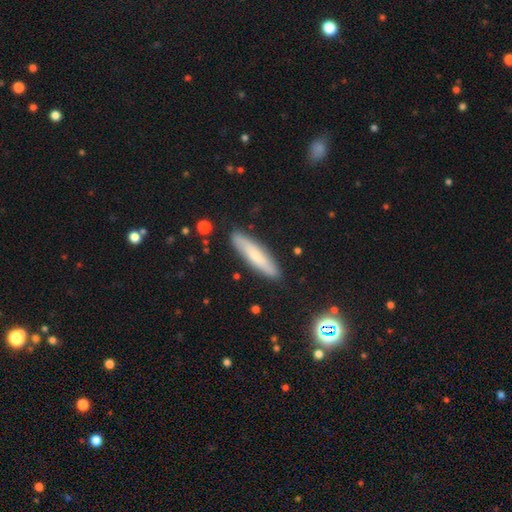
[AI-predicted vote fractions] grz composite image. It shows a smooth galaxy with no disk features (66%) that is cigar-shaped (82%). Merging: none (87%).